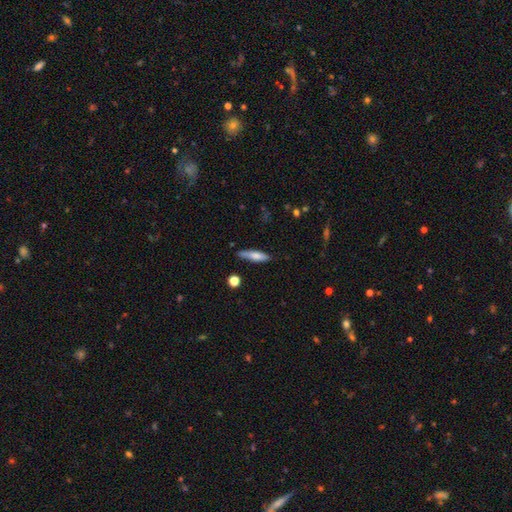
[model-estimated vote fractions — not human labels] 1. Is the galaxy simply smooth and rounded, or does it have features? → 71% smooth, 23% featured or disk, 7% star or artifact.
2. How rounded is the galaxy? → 71% cigar-shaped, 27% in between, 2% round.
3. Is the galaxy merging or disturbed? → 75% none, 19% minor disturbance, 3% major disturbance, 3% merger.